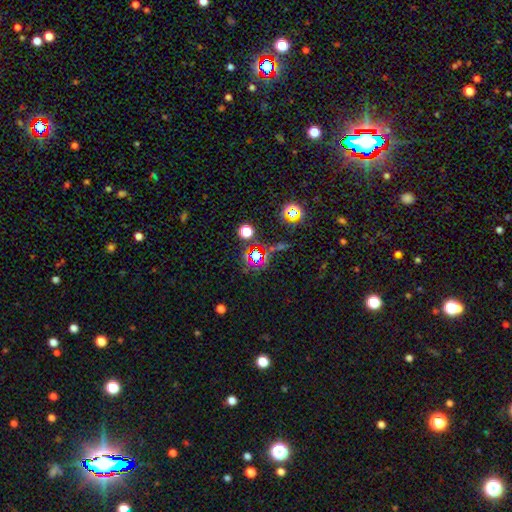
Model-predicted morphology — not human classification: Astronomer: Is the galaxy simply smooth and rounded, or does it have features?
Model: star or artifact — 68%.